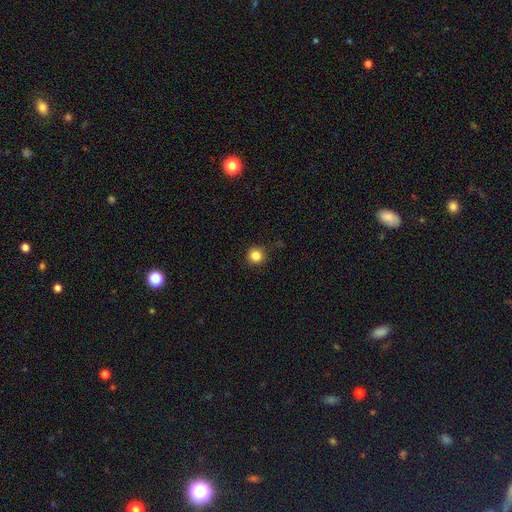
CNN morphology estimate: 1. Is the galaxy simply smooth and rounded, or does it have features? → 85% smooth, 11% star or artifact, 4% featured or disk.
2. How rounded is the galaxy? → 95% round, 4% in between, 1% cigar-shaped.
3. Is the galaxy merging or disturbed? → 89% none, 8% minor disturbance, 2% major disturbance, 1% merger.